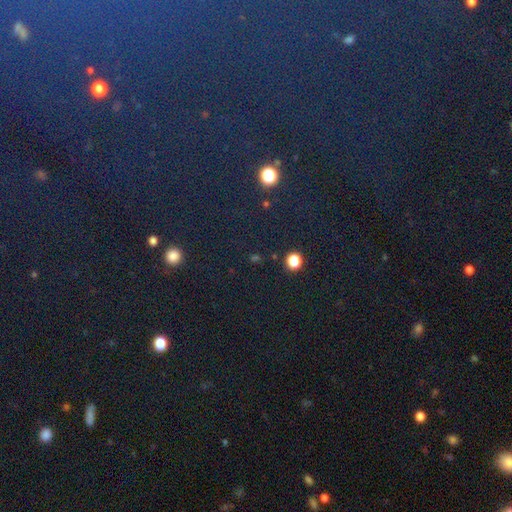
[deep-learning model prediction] Smooth or featured: star or artifact — 77% (smooth — 15%)